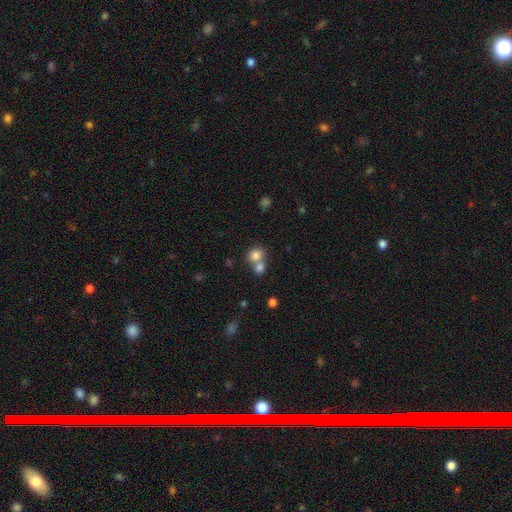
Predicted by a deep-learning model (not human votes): Smooth or featured?
  - smooth: 80% *
  - star or artifact: 11%
  - featured or disk: 9%
How rounded?
  - round: 78% *
  - in between: 21%
  - cigar-shaped: 1%
Merging?
  - merger: 49% *
  - none: 41%
  - minor disturbance: 6%
  - major disturbance: 3%